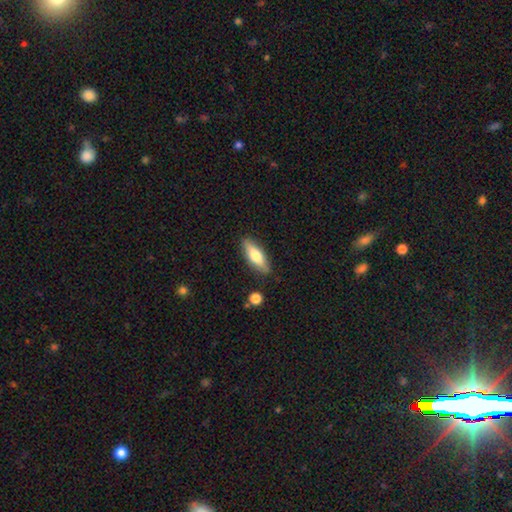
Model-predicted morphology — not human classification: smooth-or-featured: smooth: 62% | featured or disk: 32% | star or artifact: 6%
  how-rounded: in between: 54% | cigar-shaped: 43% | round: 2%
  merging: none: 84% | minor disturbance: 11% | merger: 2% | major disturbance: 2%